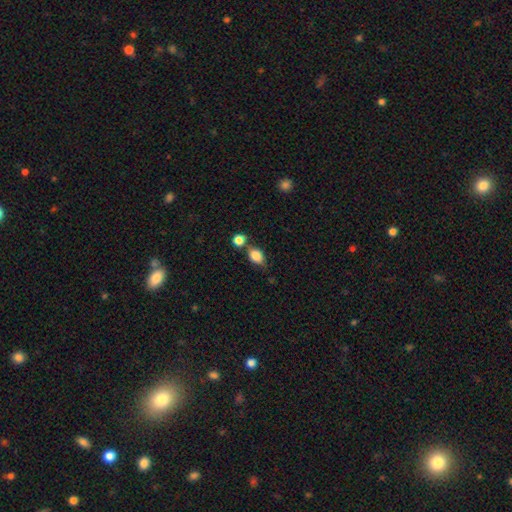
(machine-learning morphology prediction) A smooth galaxy with no disk features (83%) that is in between round and cigar-shaped (73%).

Vote fractions:
- Smooth or featured? smooth: 83% / star or artifact: 9% / featured or disk: 8%
- How rounded? in between: 73% / round: 25% / cigar-shaped: 2%
- Merging? none: 57% / merger: 20% / minor disturbance: 18% / major disturbance: 5%